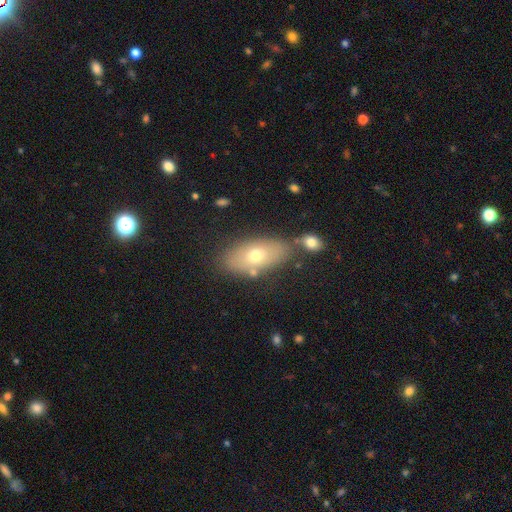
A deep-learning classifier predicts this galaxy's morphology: Smooth or featured?
  - smooth: 64% *
  - featured or disk: 26%
  - star or artifact: 10%
How rounded?
  - in between: 85% *
  - cigar-shaped: 7%
  - round: 7%
Merging?
  - none: 71% *
  - merger: 13%
  - minor disturbance: 13%
  - major disturbance: 4%